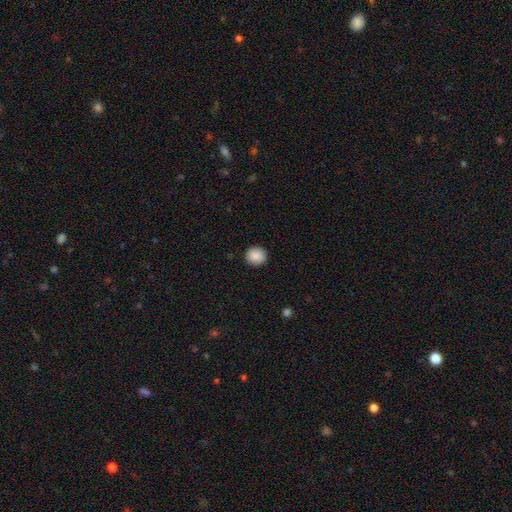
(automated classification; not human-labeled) Overall: smooth (88%). How rounded: round (85%). Merging: none (90%).